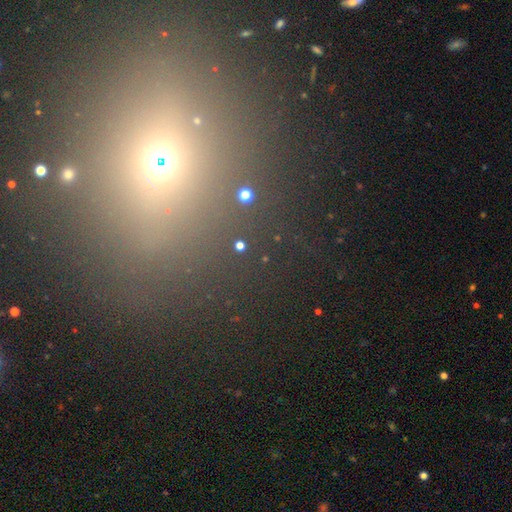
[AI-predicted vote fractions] The model was most divided on "smooth or featured": star or artifact: 51%, smooth: 38%, featured or disk: 12%.